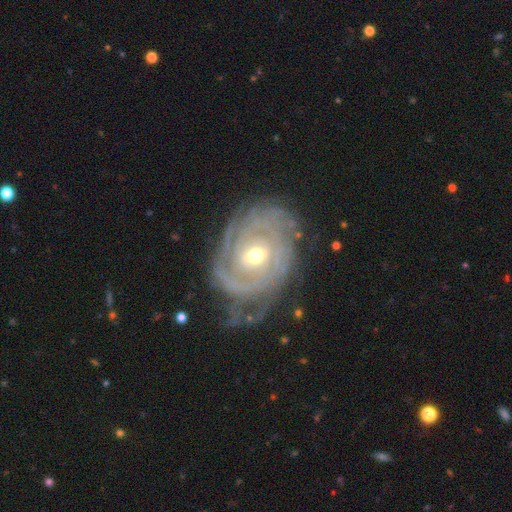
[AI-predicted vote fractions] A featured or disk galaxy (87%) with no bar (54%), tight (78%) spiral arms (93%) and a moderate central bulge (57%). Merging: none (61%).